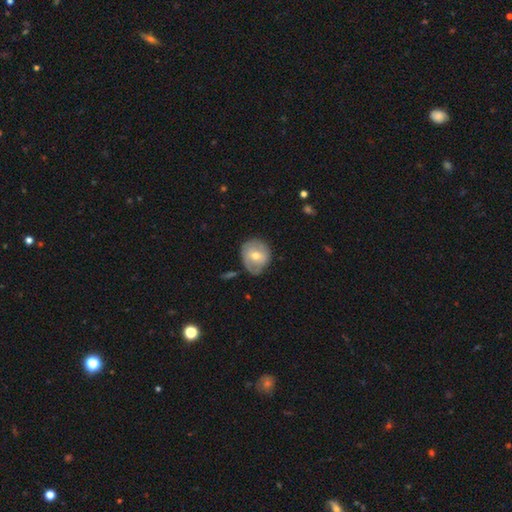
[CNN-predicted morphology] Smooth or featured? Predicted: featured or disk (p=0.48). Merging? Predicted: none (p=0.69).